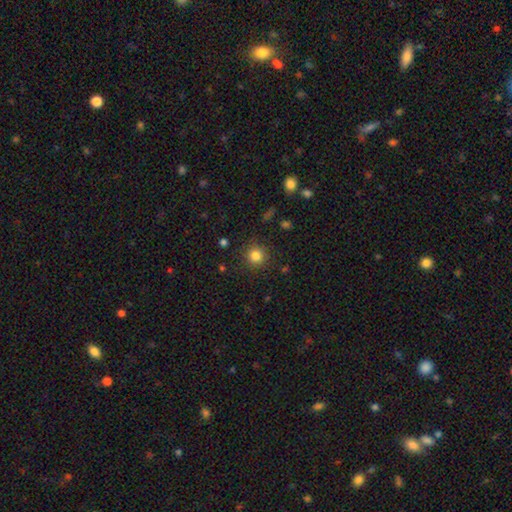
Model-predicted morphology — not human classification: smooth-or-featured: smooth: 82% | star or artifact: 12% | featured or disk: 5%
  how-rounded: round: 94% | in between: 5% | cigar-shaped: 1%
  merging: none: 89% | minor disturbance: 7% | major disturbance: 3% | merger: 1%